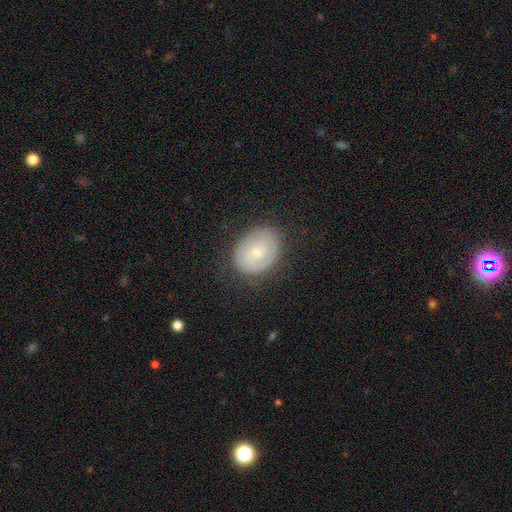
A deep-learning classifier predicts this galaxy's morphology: This appears to be a smooth galaxy with no disk features (52%) that is in between round and cigar-shaped (57%). Merging: none (81%).